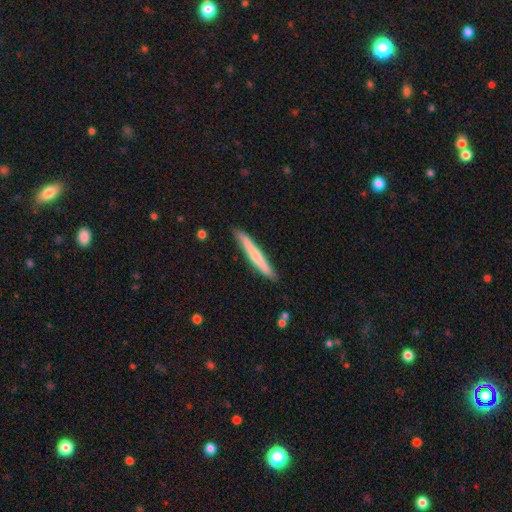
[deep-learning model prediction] A smooth galaxy with no disk features (60%) that is cigar-shaped (96%). Merging: none (88%).